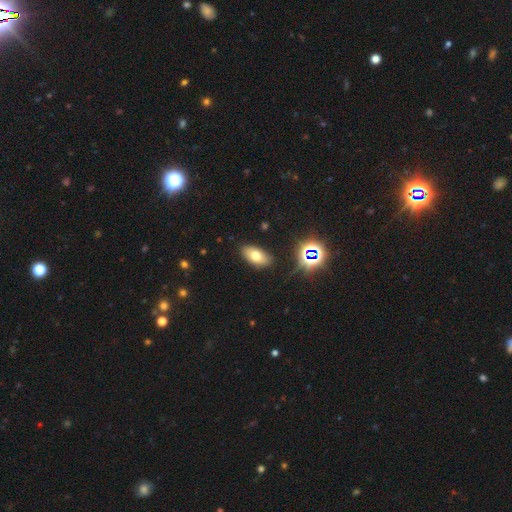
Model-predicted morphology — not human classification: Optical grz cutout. It shows a smooth galaxy with no disk features (68%) that is in between round and cigar-shaped (90%). Merging: none (85%).